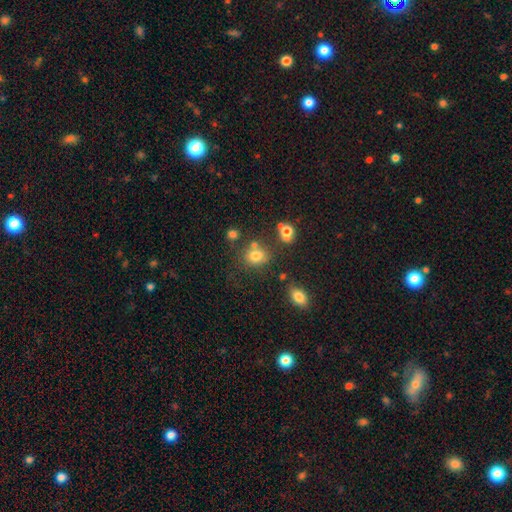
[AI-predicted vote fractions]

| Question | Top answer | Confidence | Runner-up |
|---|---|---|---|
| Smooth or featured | smooth | 76% | star or artifact (15%) |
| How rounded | round | 67% | in between (32%) |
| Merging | none | 64% | minor disturbance (15%) |